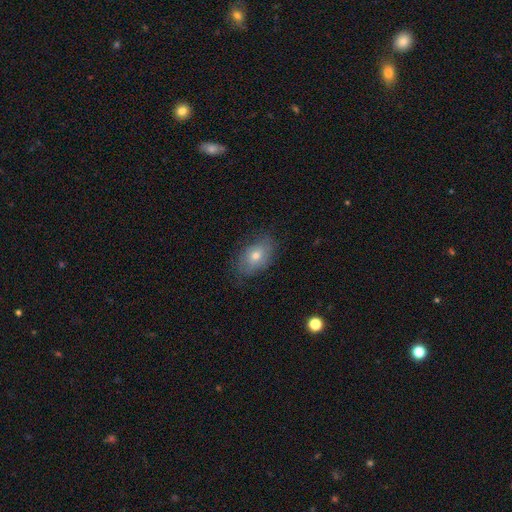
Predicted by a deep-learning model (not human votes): Smooth or featured?
  - smooth: 62% *
  - featured or disk: 29%
  - star or artifact: 9%
How rounded?
  - in between: 85% *
  - round: 14%
  - cigar-shaped: 2%
Merging?
  - none: 75% *
  - minor disturbance: 19%
  - major disturbance: 5%
  - merger: 1%